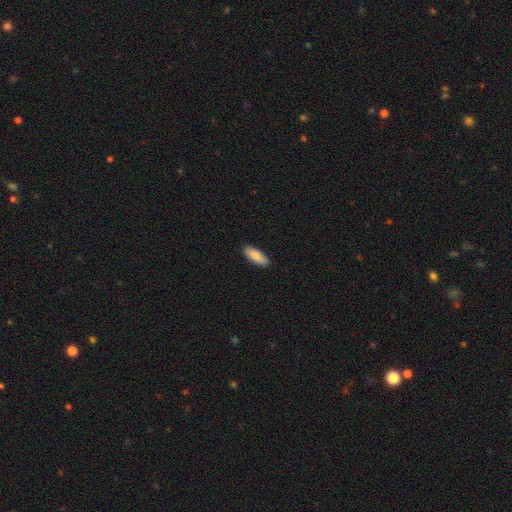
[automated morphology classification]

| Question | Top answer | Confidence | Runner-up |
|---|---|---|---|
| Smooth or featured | smooth | 88% | featured or disk (7%) |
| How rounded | in between | 73% | cigar-shaped (26%) |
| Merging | none | 91% | minor disturbance (7%) |